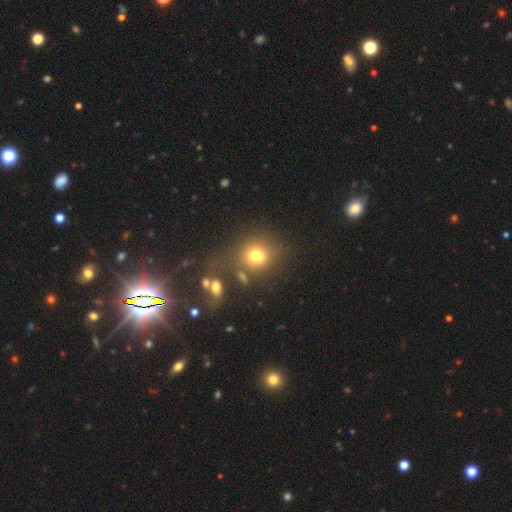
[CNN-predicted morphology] Smooth or featured?
  - smooth: 72% *
  - star or artifact: 16%
  - featured or disk: 12%
How rounded?
  - round: 71% *
  - in between: 28%
  - cigar-shaped: 1%
Merging?
  - none: 54% *
  - merger: 24%
  - minor disturbance: 14%
  - major disturbance: 8%